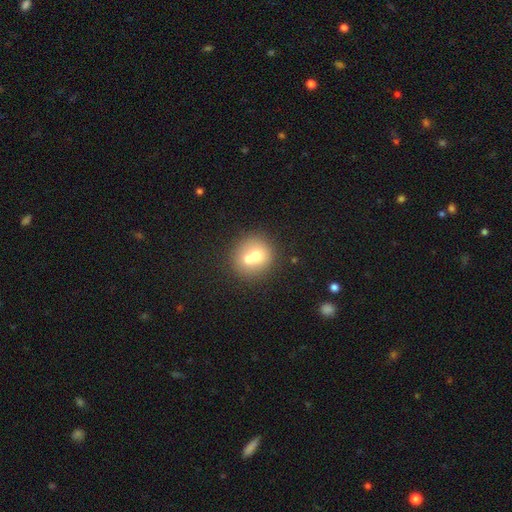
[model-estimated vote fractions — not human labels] smooth 65%, featured or disk 25%, star or artifact 10%. Down the decision tree: how rounded — round (86%); merging — merger (54%).